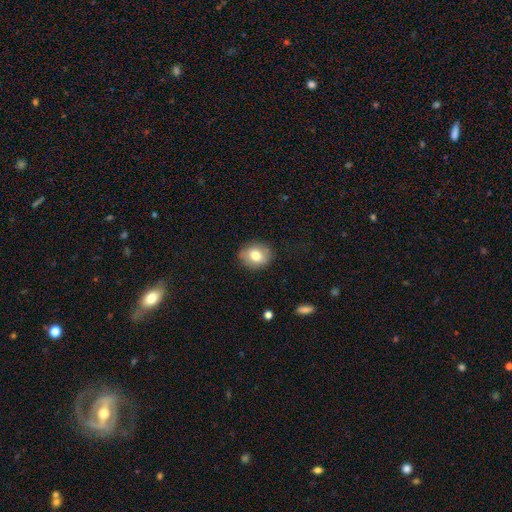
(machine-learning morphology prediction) Q: Smooth or featured?
A: smooth (76%); runner-up: featured or disk (16%)
Q: How rounded?
A: round (57%); runner-up: in between (42%)
Q: Merging?
A: none (82%); runner-up: minor disturbance (13%)